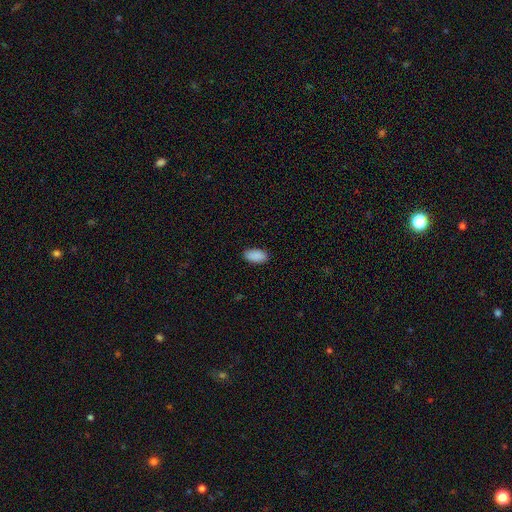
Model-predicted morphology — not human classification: type=smooth (90%); roundness=in between (95%); merging=none (88%).